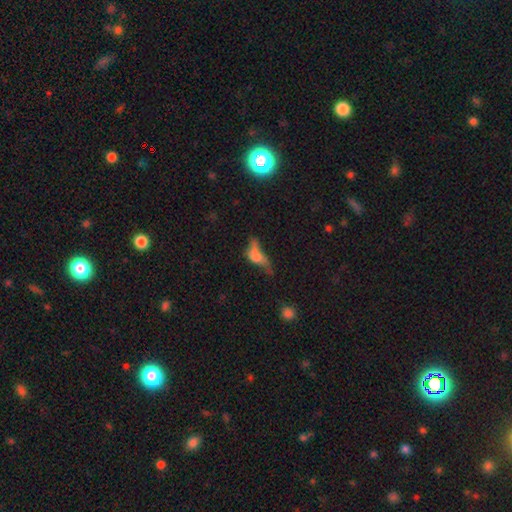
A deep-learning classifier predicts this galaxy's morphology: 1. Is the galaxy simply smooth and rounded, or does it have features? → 54% smooth, 32% featured or disk, 14% star or artifact.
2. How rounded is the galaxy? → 67% in between, 26% cigar-shaped, 7% round.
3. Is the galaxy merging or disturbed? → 38% major disturbance, 24% none, 23% minor disturbance, 16% merger.